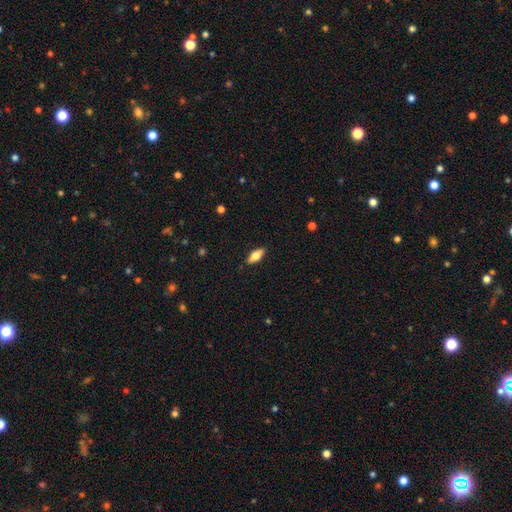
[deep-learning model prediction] This appears to be a smooth galaxy with no disk features (67%) that is in between round and cigar-shaped (78%). Merging: none (87%).